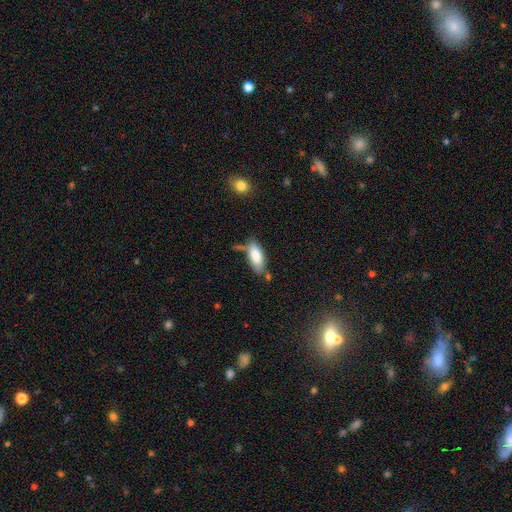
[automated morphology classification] Smooth or featured? Predicted: smooth (p=0.82). How rounded? Predicted: in between (p=0.80). Merging? Predicted: none (p=0.60).